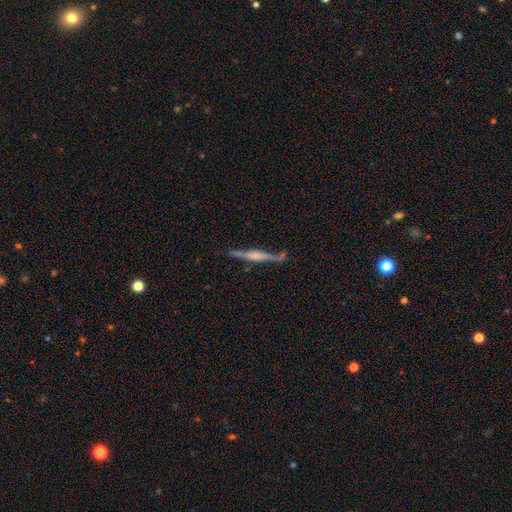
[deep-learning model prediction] Smooth or featured?
  - featured or disk: 69% *
  - smooth: 25%
  - star or artifact: 6%
Edge-on disk?
  - yes: 96% *
  - no: 4%
Edge-on bulge?
  - rounded: 49% *
  - boxy: 34%
  - none: 17%
Merging?
  - none: 75% *
  - minor disturbance: 15%
  - merger: 6%
  - major disturbance: 4%